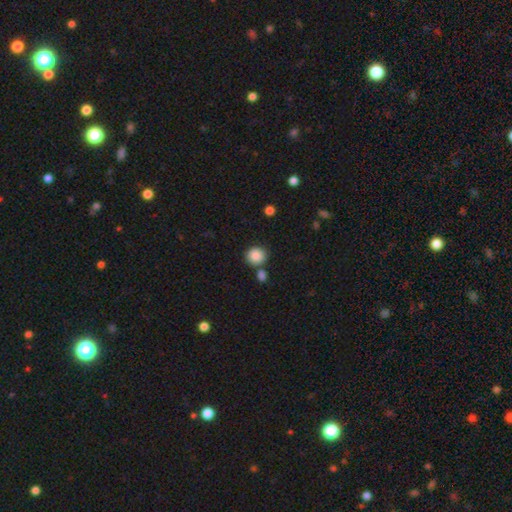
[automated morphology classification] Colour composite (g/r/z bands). It shows a smooth galaxy with no disk features (87%) that is round (87%). Merging: none (72%).